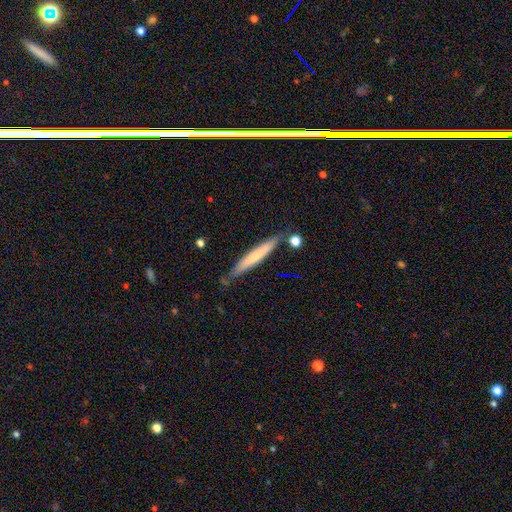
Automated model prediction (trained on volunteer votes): Smooth or featured: smooth — 60% (featured or disk — 34%)
How rounded: cigar-shaped — 95% (in between — 3%)
Merging: none — 80% (minor disturbance — 14%)